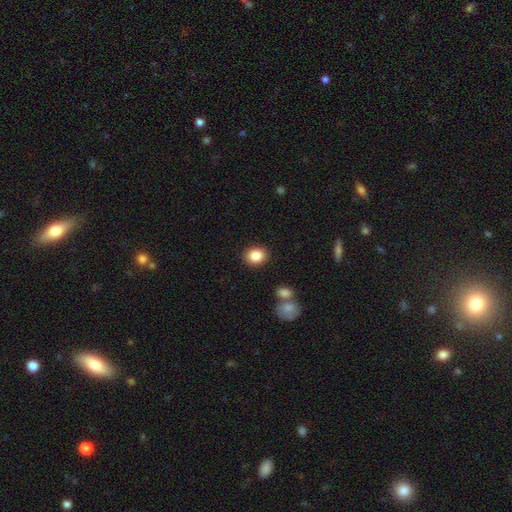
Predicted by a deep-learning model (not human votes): This appears to be a smooth galaxy with no disk features (86%) that is in between round and cigar-shaped (51%). Merging: none (87%).